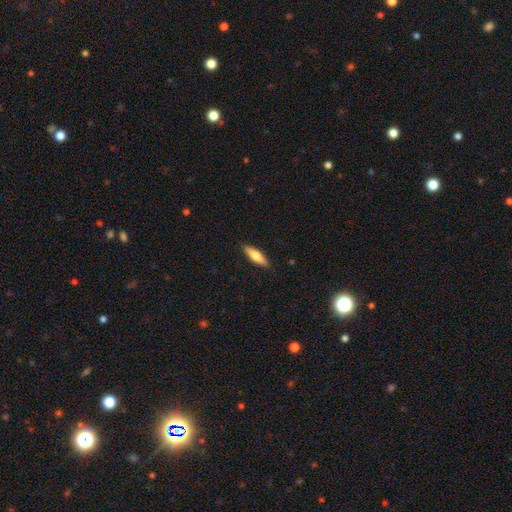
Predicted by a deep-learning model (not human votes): Smooth or featured?
  - smooth: 59% *
  - featured or disk: 36%
  - star or artifact: 6%
How rounded?
  - cigar-shaped: 59% *
  - in between: 39%
  - round: 2%
Merging?
  - none: 89% *
  - minor disturbance: 8%
  - major disturbance: 2%
  - merger: 1%